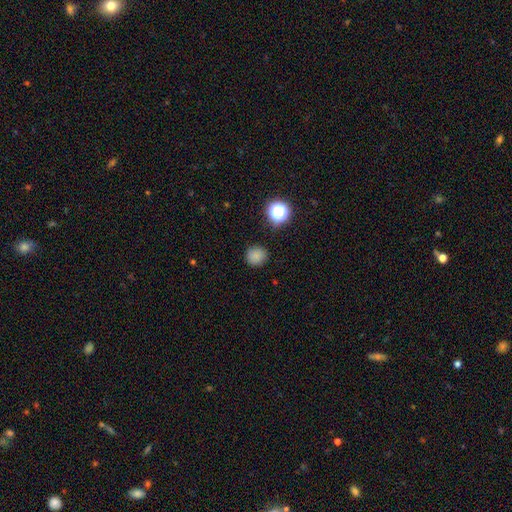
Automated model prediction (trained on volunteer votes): Smooth or featured: smooth — 80% (star or artifact — 15%)
How rounded: round — 90% (in between — 9%)
Merging: none — 87% (minor disturbance — 9%)